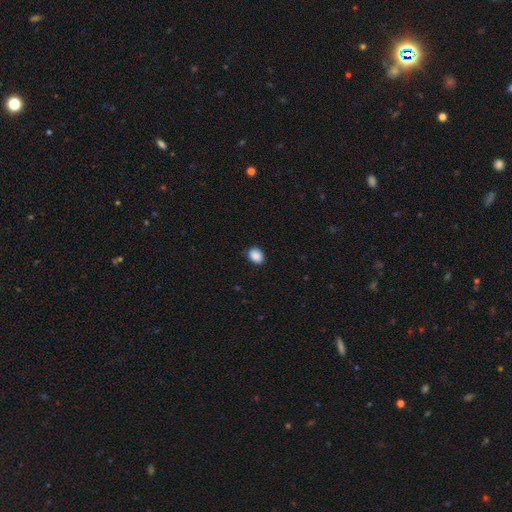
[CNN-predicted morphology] Smooth or featured? Predicted: smooth (p=0.90). How rounded? Predicted: in between (p=0.58). Merging? Predicted: none (p=0.87).